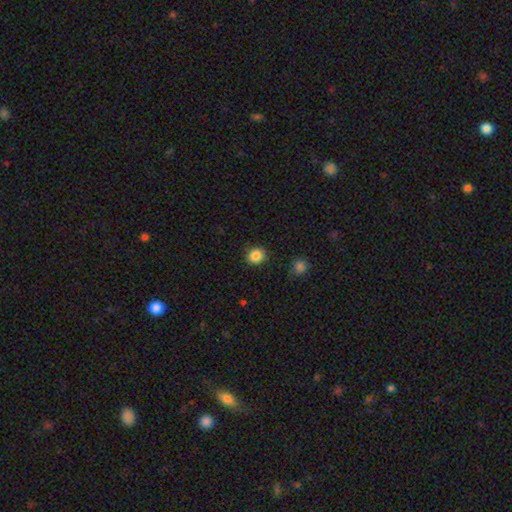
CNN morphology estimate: Smooth or featured?
  - smooth: 86% *
  - star or artifact: 10%
  - featured or disk: 4%
How rounded?
  - round: 88% *
  - in between: 11%
  - cigar-shaped: 1%
Merging?
  - none: 89% *
  - minor disturbance: 7%
  - major disturbance: 2%
  - merger: 2%